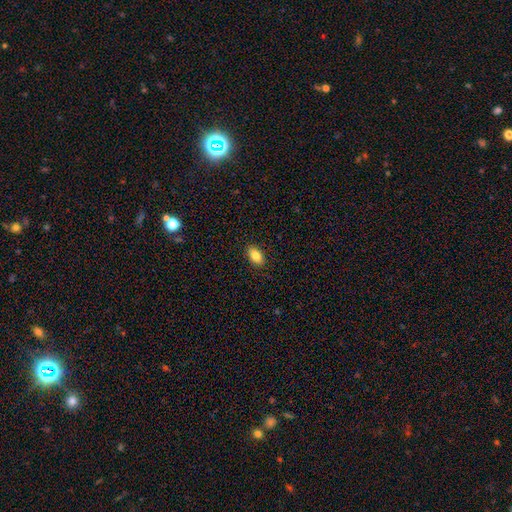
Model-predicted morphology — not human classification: This is clearly a smooth galaxy (85%). How rounded: clearly in between (92%). Merging: clearly none (89%).